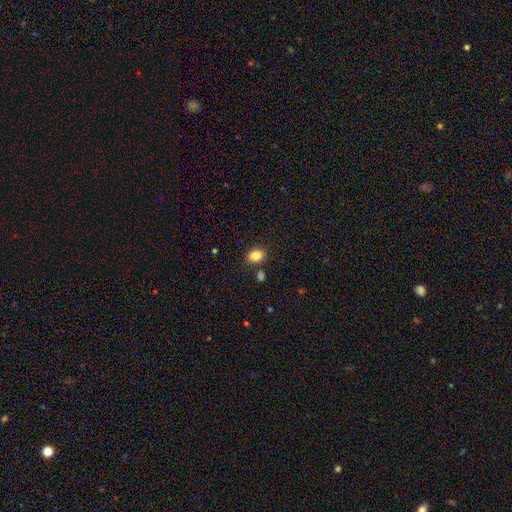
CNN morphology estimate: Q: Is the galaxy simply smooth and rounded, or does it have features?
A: smooth — 84%.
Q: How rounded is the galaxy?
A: in between — 56%.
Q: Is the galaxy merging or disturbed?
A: none — 82%.